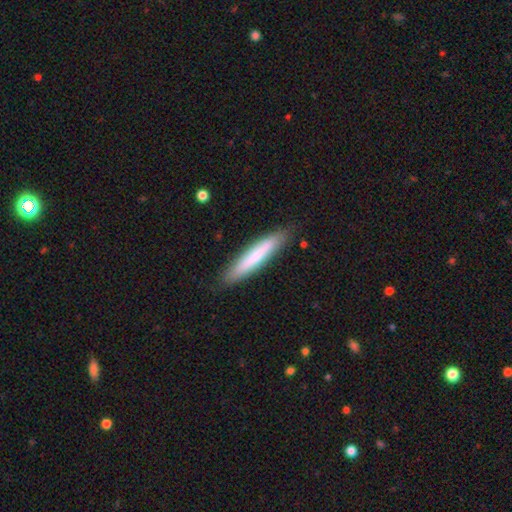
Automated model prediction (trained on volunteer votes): Morphology: type=smooth (69%); roundness=cigar-shaped (91%); merging=none (87%).